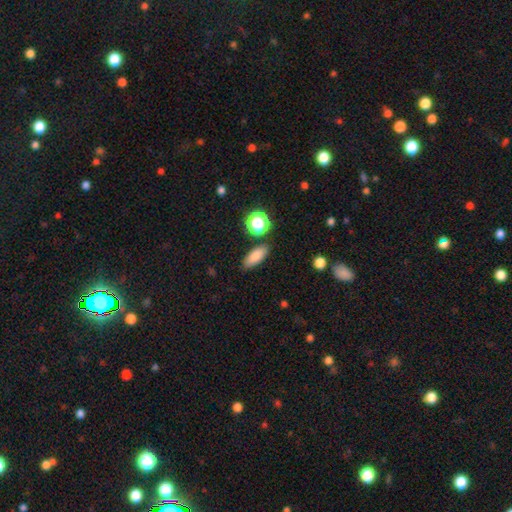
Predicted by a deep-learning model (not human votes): Smooth or featured: smooth — 82% (star or artifact — 10%)
How rounded: in between — 73% (cigar-shaped — 20%)
Merging: none — 84% (minor disturbance — 10%)